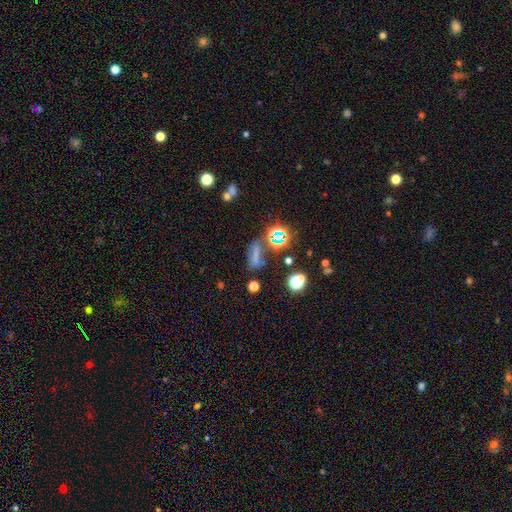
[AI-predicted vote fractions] Morphology: type=smooth (47%); merging=none (49%).